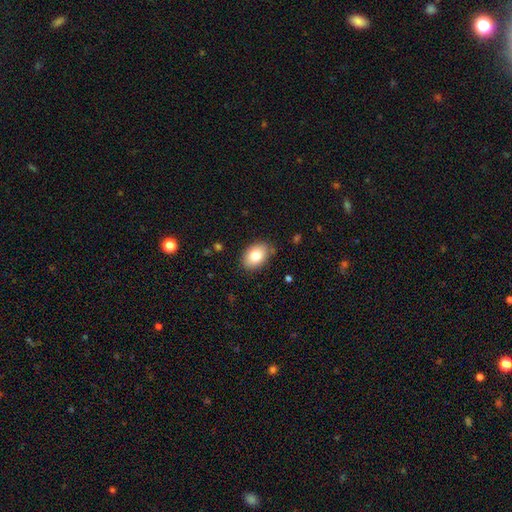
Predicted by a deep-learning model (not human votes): Morphology: type=smooth (81%); roundness=in between (83%); merging=none (82%).